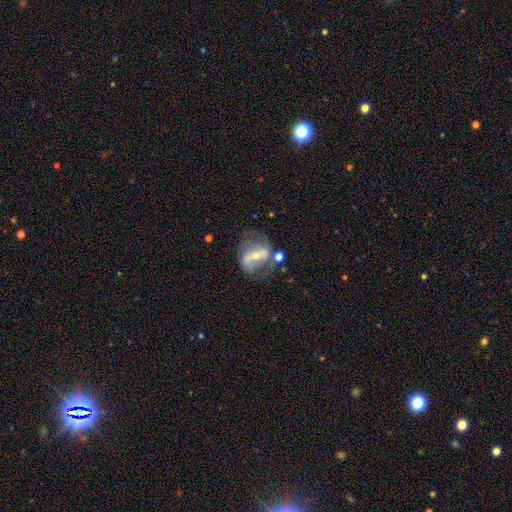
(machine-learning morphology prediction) This is likely a featured or disk galaxy (69%). It is clearly not viewed edge-on (92%). Bar: possibly strong (55%). Spiral arm pattern: possibly yes (52%). Central bulge: possibly small (49%). Merging: possibly none (49%).